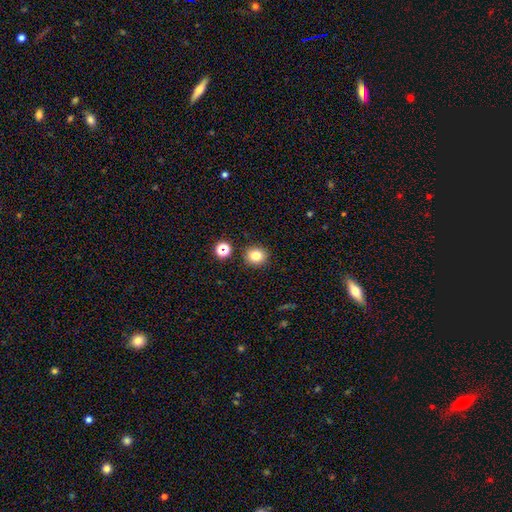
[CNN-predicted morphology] type=smooth (80%); roundness=round (83%); merging=none (88%).